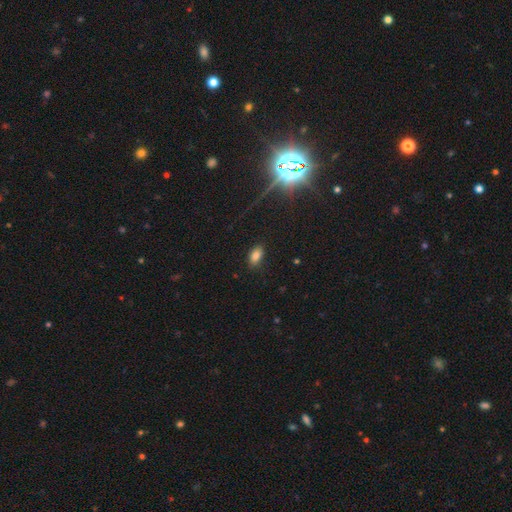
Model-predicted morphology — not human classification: Smooth or featured? Predicted: smooth (p=0.81). How rounded? Predicted: in between (p=0.91). Merging? Predicted: none (p=0.83).